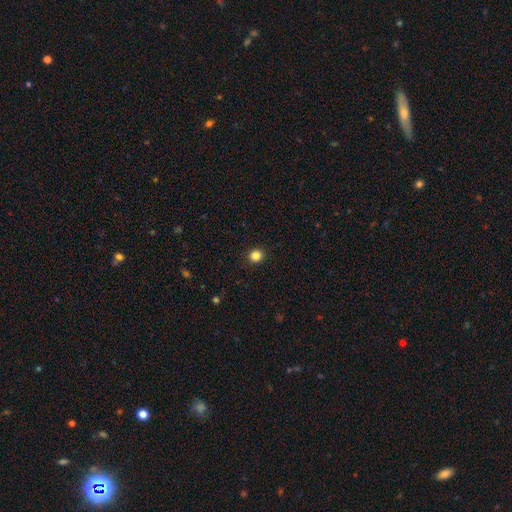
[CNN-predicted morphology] Overall: smooth (85%). How rounded: round (90%). Merging: none (92%).